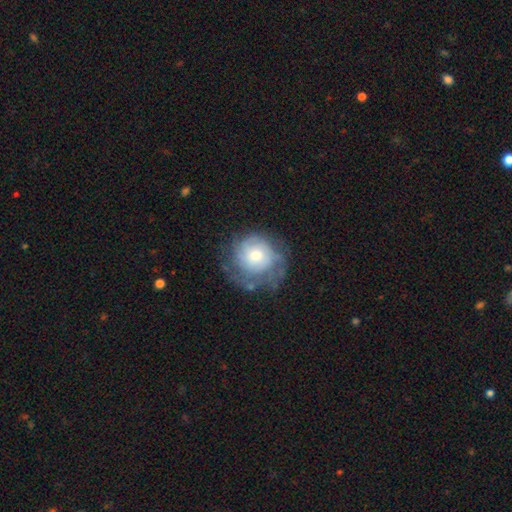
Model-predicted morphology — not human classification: Smooth or featured? Predicted: featured or disk (p=0.58). Edge-on disk? Predicted: no (p=0.97). Bar? Predicted: no (p=0.80). Spiral arms? Predicted: yes (p=0.75). Bulge size? Predicted: moderate (p=0.59). Merging? Predicted: none (p=0.62).